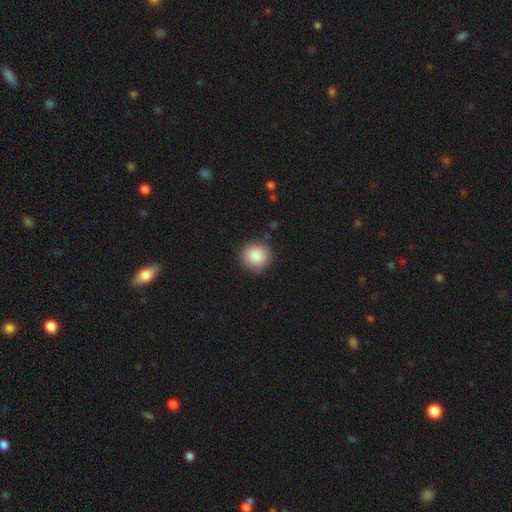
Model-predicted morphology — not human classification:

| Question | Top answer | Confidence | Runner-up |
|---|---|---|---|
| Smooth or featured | smooth | 88% | star or artifact (8%) |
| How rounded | round | 90% | in between (9%) |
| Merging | none | 87% | minor disturbance (9%) |